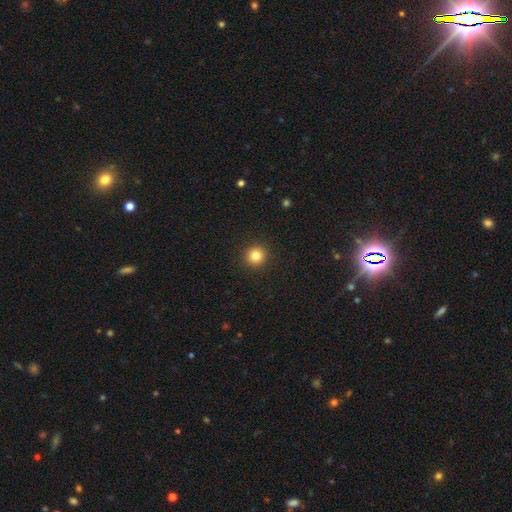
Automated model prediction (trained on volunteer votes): Overall: smooth (82%). How rounded: round (95%). Merging: none (93%).